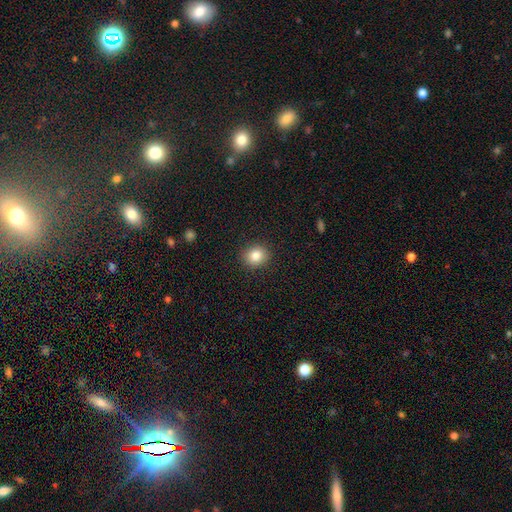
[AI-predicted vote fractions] This is clearly a smooth galaxy (84%). How rounded: likely round (76%). Merging: clearly none (90%).